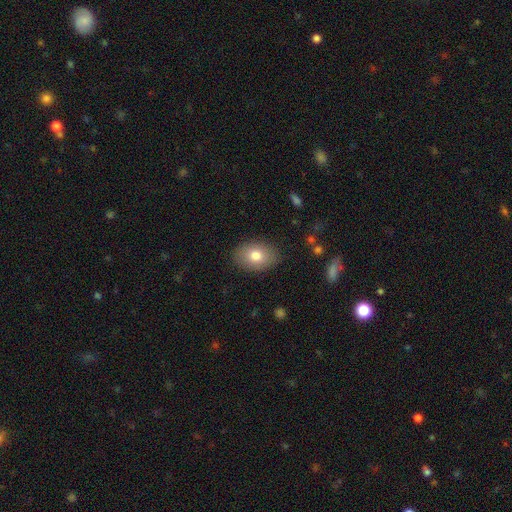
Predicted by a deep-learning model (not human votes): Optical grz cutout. It shows a smooth galaxy with no disk features (78%) that is in between round and cigar-shaped (81%). Merging: none (86%).